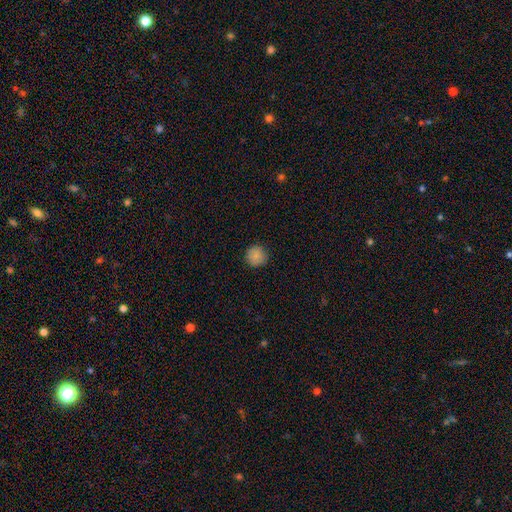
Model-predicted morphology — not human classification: Smooth or featured? Predicted: smooth (p=0.85). How rounded? Predicted: round (p=0.94). Merging? Predicted: none (p=0.90).